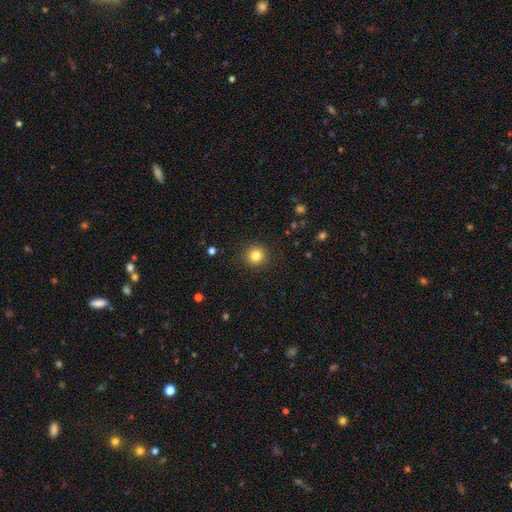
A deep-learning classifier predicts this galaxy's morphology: type=smooth (82%); roundness=round (94%); merging=none (91%).